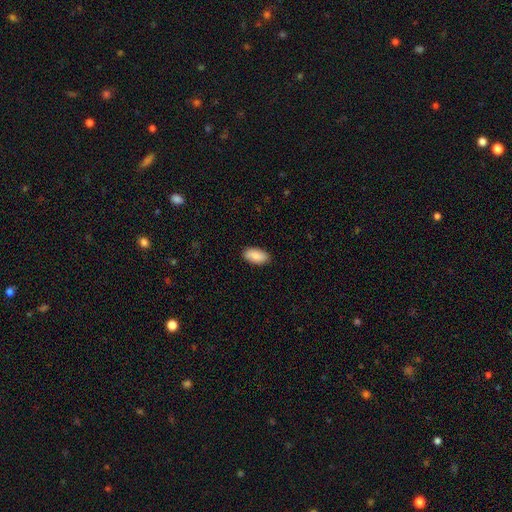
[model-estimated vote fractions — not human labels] Smooth or featured? smooth (86%)
How rounded? in between (93%)
Merging? none (89%)